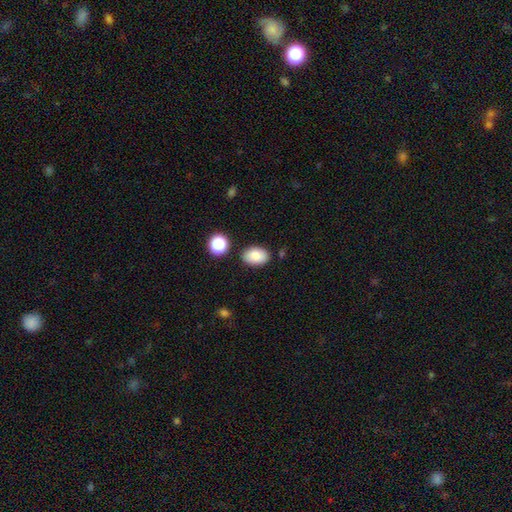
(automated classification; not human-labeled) Smooth or featured? Predicted: smooth (p=0.84). How rounded? Predicted: in between (p=0.86). Merging? Predicted: none (p=0.84).